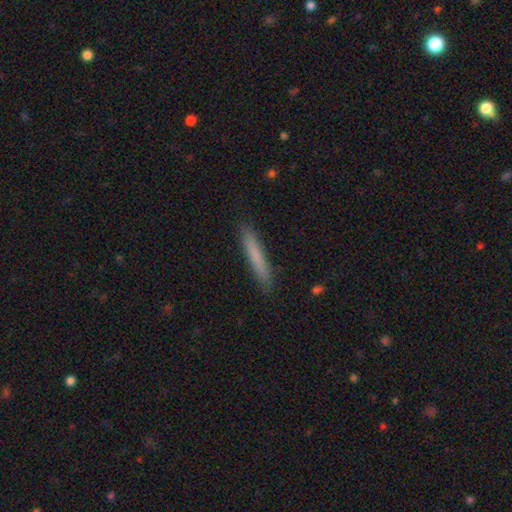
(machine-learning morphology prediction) smooth-or-featured: smooth: 75% | featured or disk: 19% | star or artifact: 6%
  how-rounded: cigar-shaped: 95% | in between: 3% | round: 1%
  merging: none: 90% | minor disturbance: 7% | major disturbance: 2% | merger: 1%